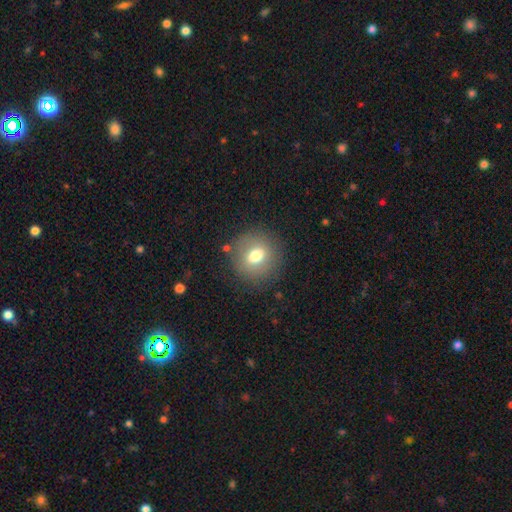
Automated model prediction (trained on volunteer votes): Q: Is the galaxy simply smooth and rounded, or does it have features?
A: smooth — 69%.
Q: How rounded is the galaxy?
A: round — 82%.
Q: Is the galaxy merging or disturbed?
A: none — 83%.